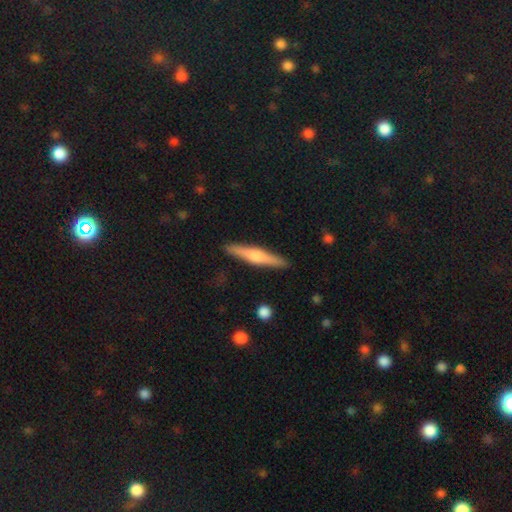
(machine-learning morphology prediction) Q: Smooth or featured?
A: featured or disk (58%); runner-up: smooth (36%)
Q: Edge-on disk?
A: yes (97%); runner-up: no (3%)
Q: Edge-on bulge?
A: rounded (84%); runner-up: boxy (9%)
Q: Merging?
A: none (91%); runner-up: minor disturbance (7%)